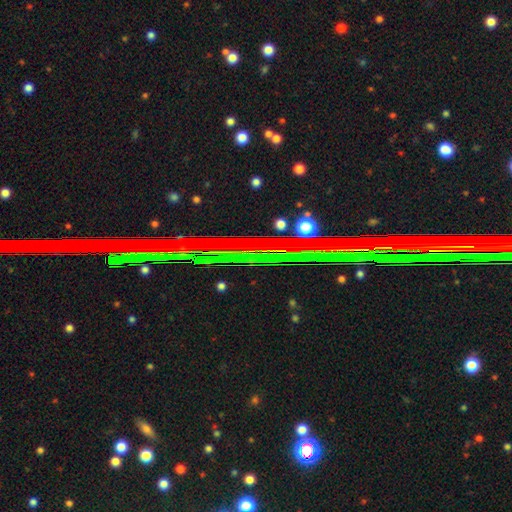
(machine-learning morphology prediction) Overall: star or artifact (79%).